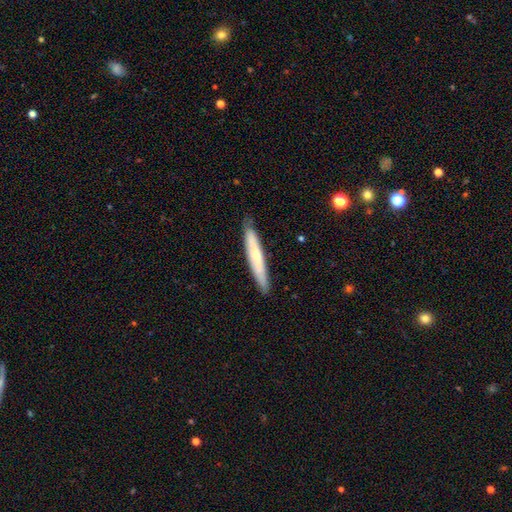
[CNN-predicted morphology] This is possibly a smooth galaxy (52%). How rounded: clearly cigar-shaped (93%). Merging: clearly none (86%).